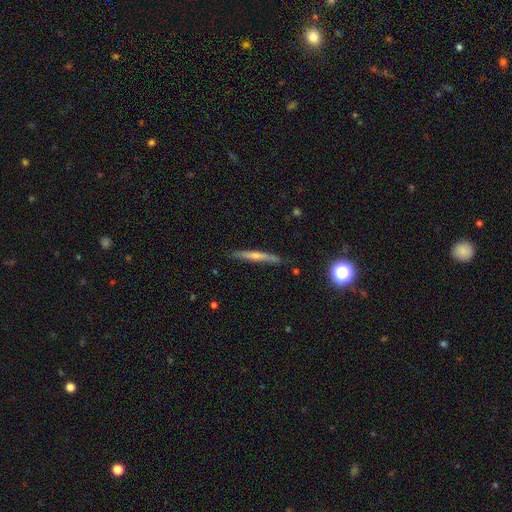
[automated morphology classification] Smooth or featured: featured or disk — 52% (smooth — 40%)
Edge-on disk: yes — 95% (no — 5%)
Merging: none — 85% (minor disturbance — 12%)